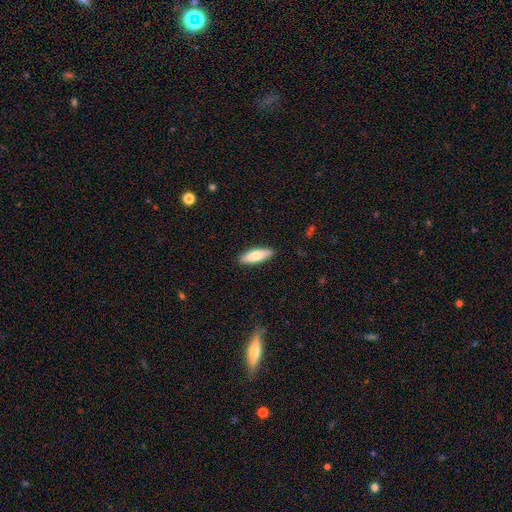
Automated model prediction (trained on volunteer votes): Smooth or featured?
  - smooth: 78% *
  - featured or disk: 16%
  - star or artifact: 5%
How rounded?
  - in between: 55% *
  - cigar-shaped: 43%
  - round: 2%
Merging?
  - none: 89% *
  - minor disturbance: 8%
  - major disturbance: 2%
  - merger: 1%